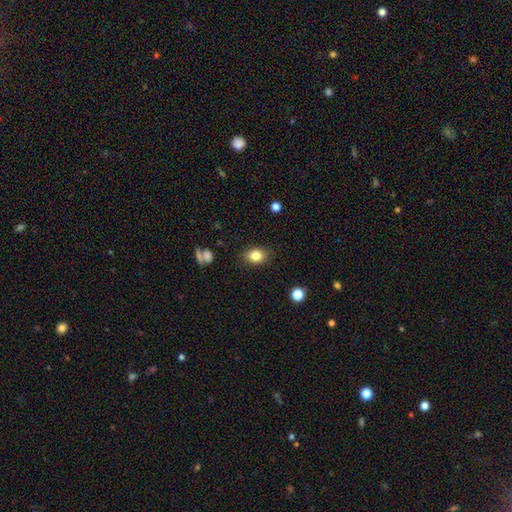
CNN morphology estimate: Smooth or featured? smooth (82%)
How rounded? in between (63%)
Merging? none (85%)